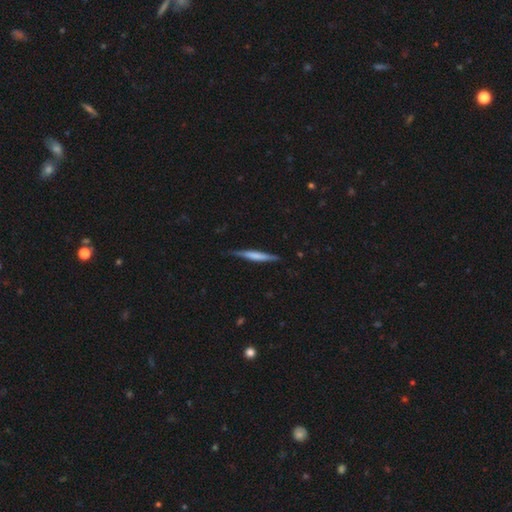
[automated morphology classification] Overall: smooth (50%; featured or disk 45%). Merging: none (82%).